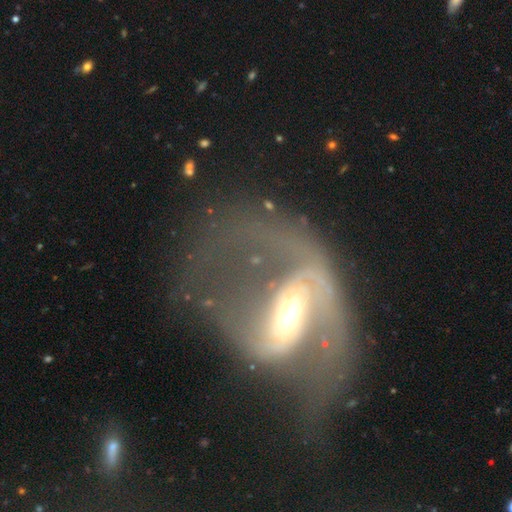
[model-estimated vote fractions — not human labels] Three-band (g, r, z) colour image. It shows a featured or disk galaxy (81%) with a weak bar (40%), 2 (66%) loose (49%) spiral arms (78%) and a moderate central bulge (52%). Merging: major disturbance (49%).